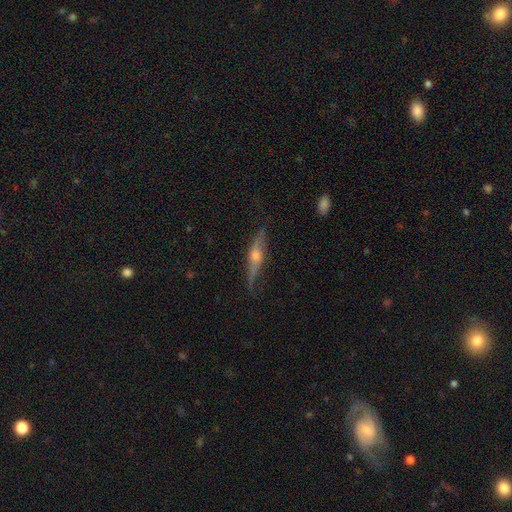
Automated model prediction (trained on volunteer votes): Overall: featured or disk (74%). Edge-on disk: yes (94%). Edge-on bulge: rounded (92%). Merging: none (81%).